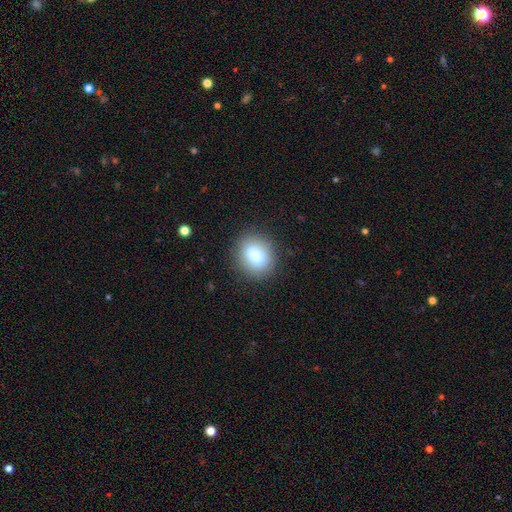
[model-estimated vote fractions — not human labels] A smooth galaxy with no disk features (80%) that is in between round and cigar-shaped (49%, tied with round). Merging: none (83%).